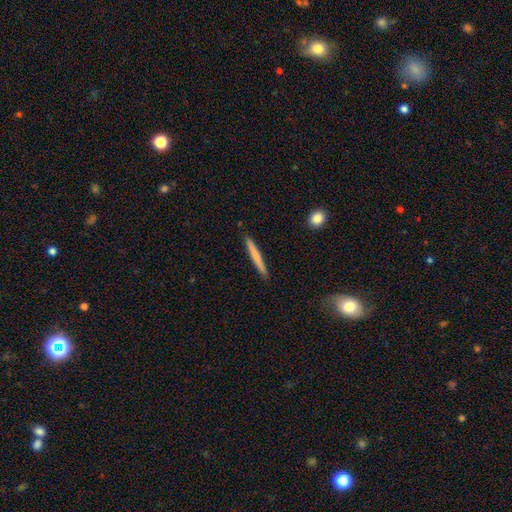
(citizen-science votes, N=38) smooth 66%, featured or disk 29%, star or artifact 5%. Down the decision tree: how rounded — cigar-shaped (96%); merging — none (94%).